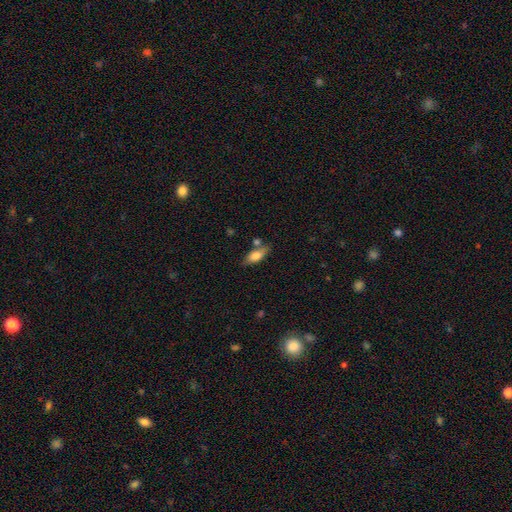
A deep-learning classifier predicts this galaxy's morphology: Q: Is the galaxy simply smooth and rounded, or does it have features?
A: smooth — 73%.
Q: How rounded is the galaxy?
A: in between — 79%.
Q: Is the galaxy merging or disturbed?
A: none — 65%.